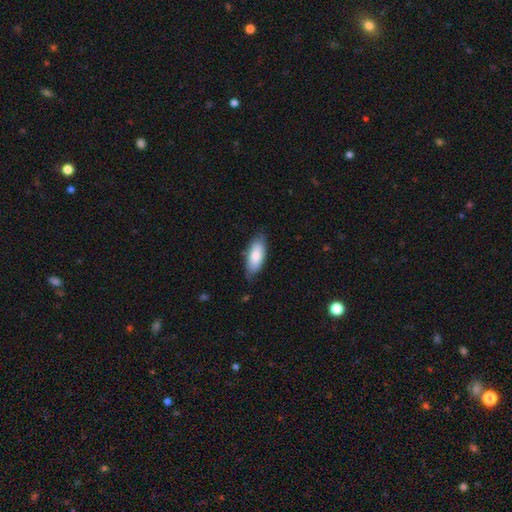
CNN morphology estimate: This is clearly a smooth galaxy (82%). How rounded: clearly in between (85%). Merging: likely none (73%).